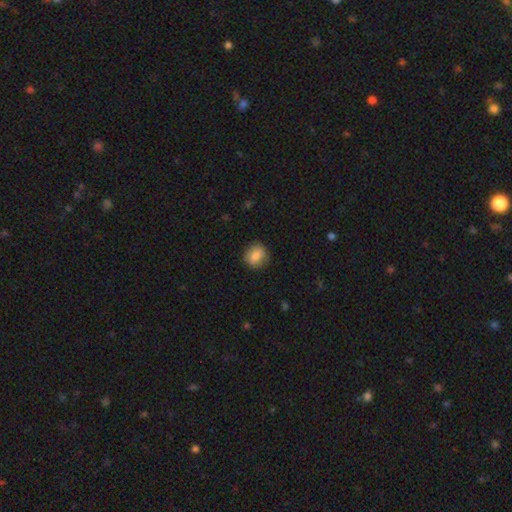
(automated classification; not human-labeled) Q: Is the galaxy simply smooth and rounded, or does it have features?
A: smooth — 83%.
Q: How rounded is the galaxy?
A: round — 77%.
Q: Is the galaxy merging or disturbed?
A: none — 84%.